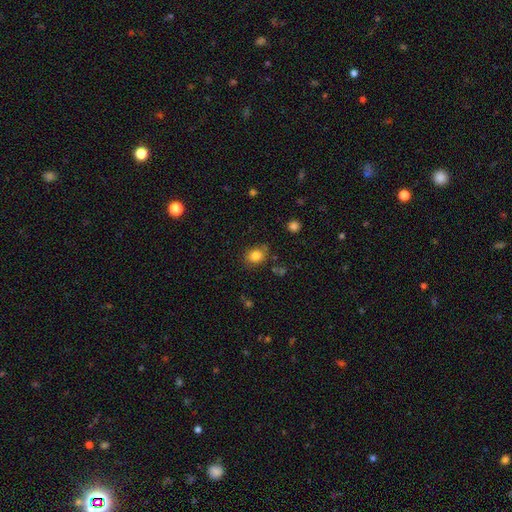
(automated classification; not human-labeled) This appears to be a smooth galaxy with no disk features (83%) that is round (51%). Merging: none (75%).